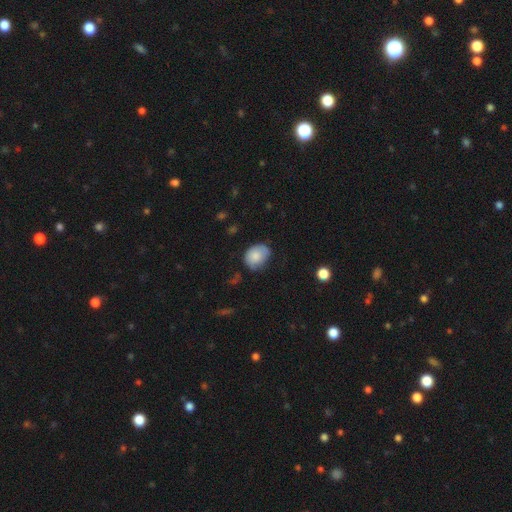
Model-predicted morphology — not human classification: smooth-or-featured: smooth: 80% | featured or disk: 13% | star or artifact: 8%
  how-rounded: in between: 54% | round: 45% | cigar-shaped: 1%
  merging: none: 58% | minor disturbance: 33% | major disturbance: 8% | merger: 2%